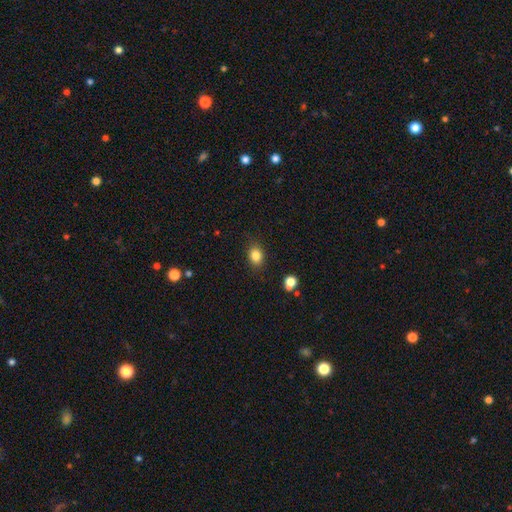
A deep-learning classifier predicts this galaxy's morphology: type=smooth (84%); roundness=in between (56%); merging=none (83%).